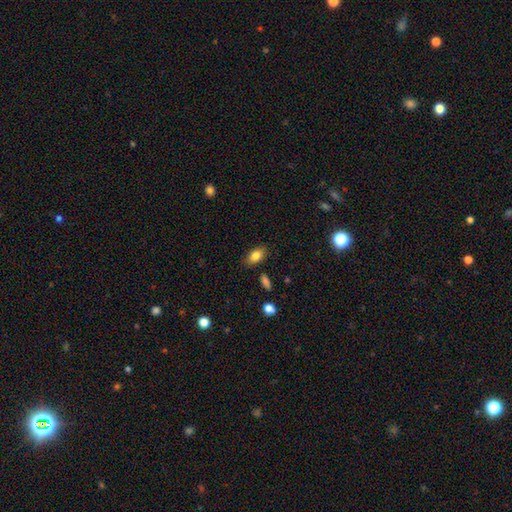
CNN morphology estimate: Smooth or featured: smooth — 82% (featured or disk — 10%)
How rounded: in between — 89% (round — 7%)
Merging: none — 84% (minor disturbance — 11%)